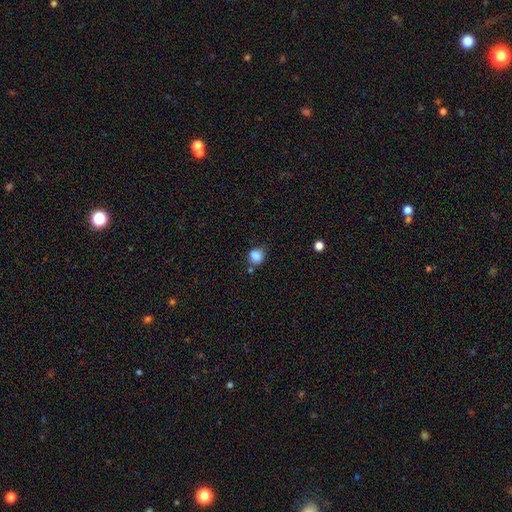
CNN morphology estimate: A smooth galaxy with no disk features (85%) that is round (74%). Merging: none (66%).